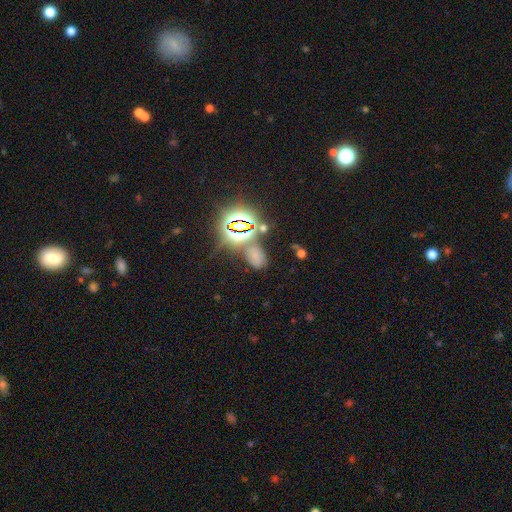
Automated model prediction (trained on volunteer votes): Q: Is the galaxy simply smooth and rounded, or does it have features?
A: star or artifact — 45%.